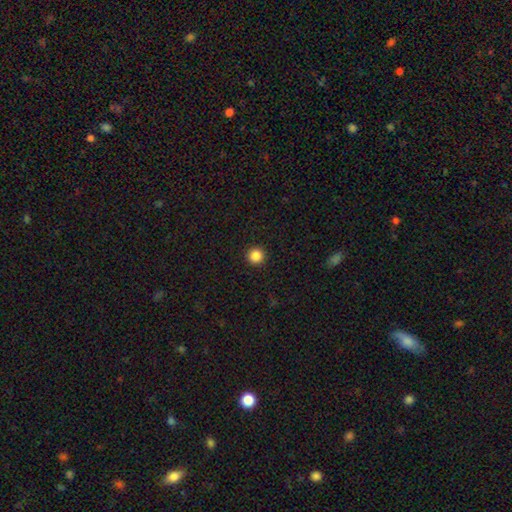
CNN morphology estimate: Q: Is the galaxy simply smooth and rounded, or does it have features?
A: smooth — 87%.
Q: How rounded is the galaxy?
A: round — 96%.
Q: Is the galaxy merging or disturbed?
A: none — 94%.